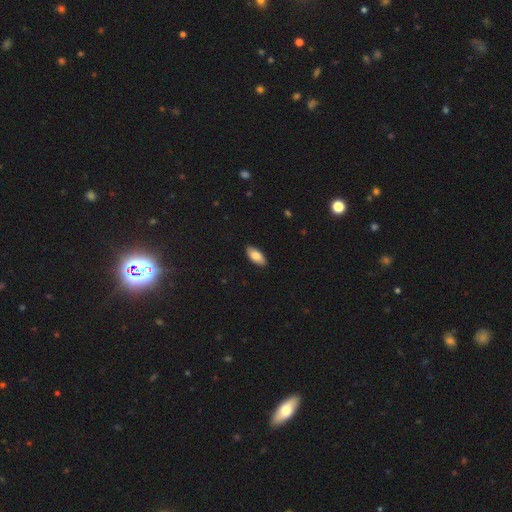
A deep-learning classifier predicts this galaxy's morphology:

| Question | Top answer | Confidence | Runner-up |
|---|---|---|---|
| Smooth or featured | smooth | 82% | featured or disk (12%) |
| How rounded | in between | 91% | cigar-shaped (7%) |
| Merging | none | 88% | minor disturbance (9%) |